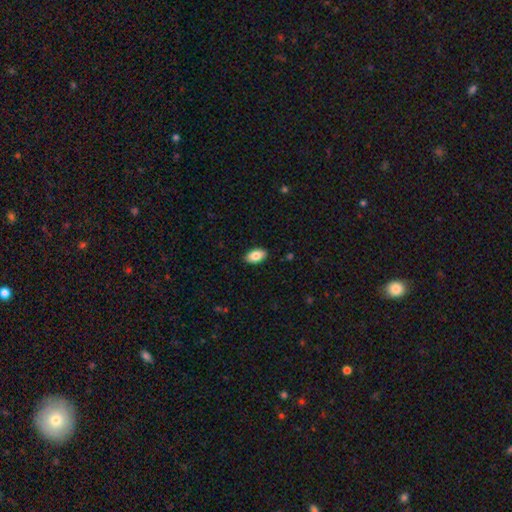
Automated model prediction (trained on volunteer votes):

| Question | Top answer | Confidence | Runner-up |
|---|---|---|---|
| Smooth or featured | smooth | 85% | featured or disk (8%) |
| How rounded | in between | 94% | round (4%) |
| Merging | none | 89% | minor disturbance (8%) |